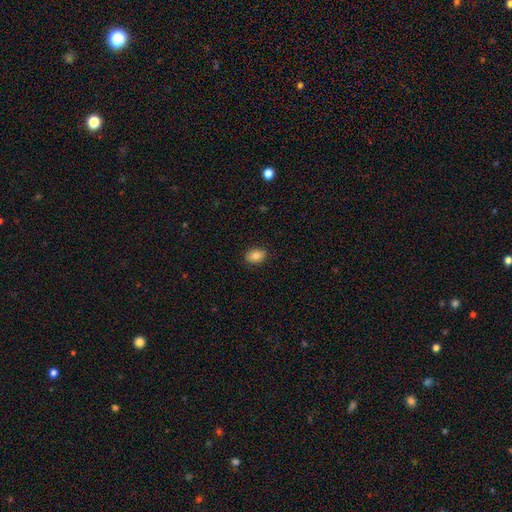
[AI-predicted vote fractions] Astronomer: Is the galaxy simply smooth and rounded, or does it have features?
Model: smooth — 84%.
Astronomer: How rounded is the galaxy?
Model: in between — 80%.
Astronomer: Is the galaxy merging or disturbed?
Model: none — 88%.